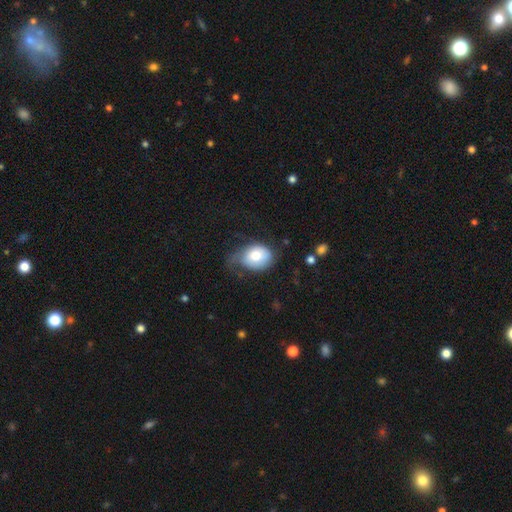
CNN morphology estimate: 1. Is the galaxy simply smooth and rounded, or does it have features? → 71% smooth, 22% featured or disk, 7% star or artifact.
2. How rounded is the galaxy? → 61% in between, 38% round, 1% cigar-shaped.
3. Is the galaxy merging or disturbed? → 38% minor disturbance, 34% none, 25% major disturbance, 2% merger.